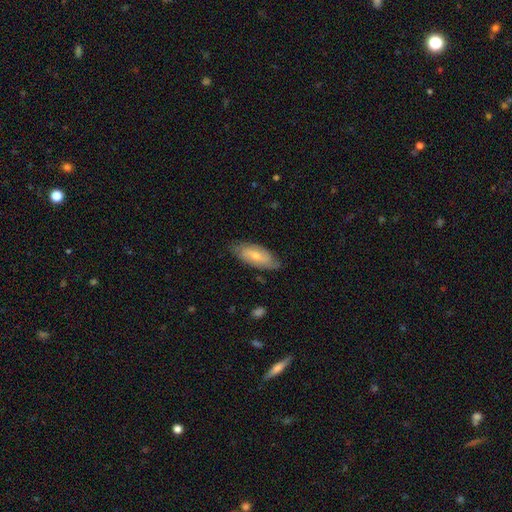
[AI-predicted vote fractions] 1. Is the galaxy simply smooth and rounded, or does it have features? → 52% smooth, 43% featured or disk, 6% star or artifact.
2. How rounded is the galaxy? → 81% in between, 17% cigar-shaped, 2% round.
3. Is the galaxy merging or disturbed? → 75% none, 20% minor disturbance, 4% major disturbance, 1% merger.